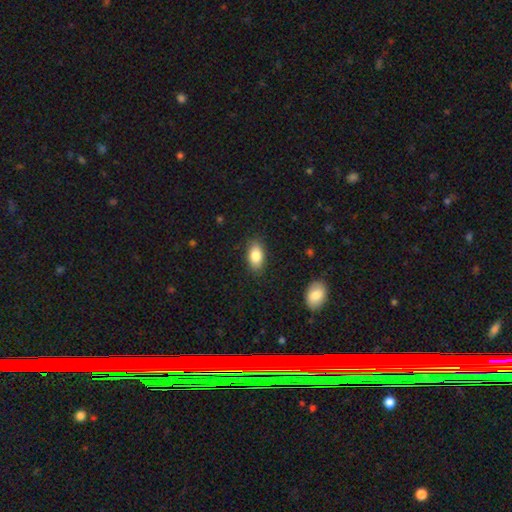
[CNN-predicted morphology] The model was most divided on "smooth or featured": smooth: 84%, featured or disk: 8%, star or artifact: 7%. More confident: how rounded — in between (91%); merging — none (86%).